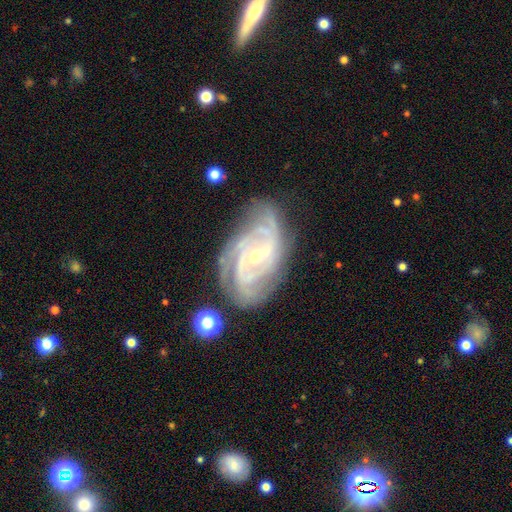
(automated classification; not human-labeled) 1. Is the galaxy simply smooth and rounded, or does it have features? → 90% featured or disk, 6% star or artifact, 4% smooth.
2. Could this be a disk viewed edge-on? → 96% no, 4% yes.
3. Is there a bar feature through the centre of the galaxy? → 41% weak, 35% no, 24% strong.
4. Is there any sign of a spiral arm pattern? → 98% yes, 2% no.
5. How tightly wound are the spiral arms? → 58% tight, 35% medium, 7% loose.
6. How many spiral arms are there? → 30% 3, 25% 2, 17% can't tell, 16% 4, 6% more than 4, 5% 1.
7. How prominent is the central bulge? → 67% small, 30% moderate, 1% large, 1% none, 1% dominant.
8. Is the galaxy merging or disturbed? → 69% none, 21% minor disturbance, 8% major disturbance, 2% merger.